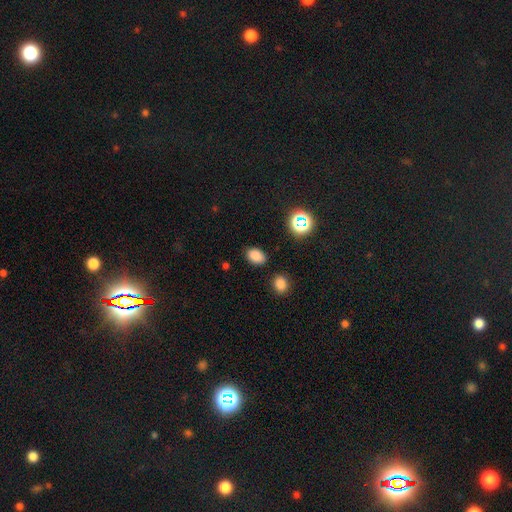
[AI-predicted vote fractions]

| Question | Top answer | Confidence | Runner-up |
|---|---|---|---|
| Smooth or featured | smooth | 82% | star or artifact (13%) |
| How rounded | in between | 82% | round (17%) |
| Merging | none | 84% | minor disturbance (10%) |